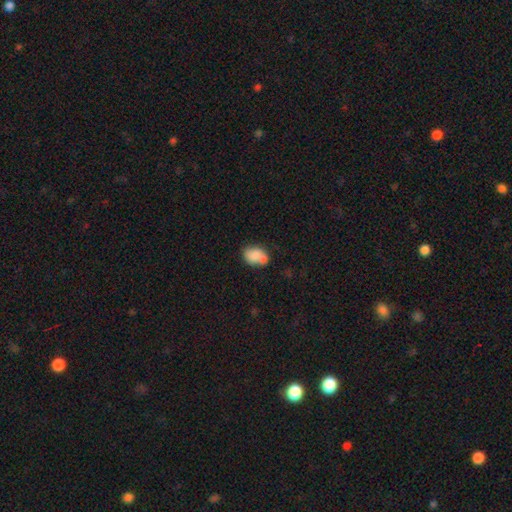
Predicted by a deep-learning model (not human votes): Smooth or featured? Predicted: smooth (p=0.73). How rounded? Predicted: in between (p=0.71). Merging? Predicted: none (p=0.40).